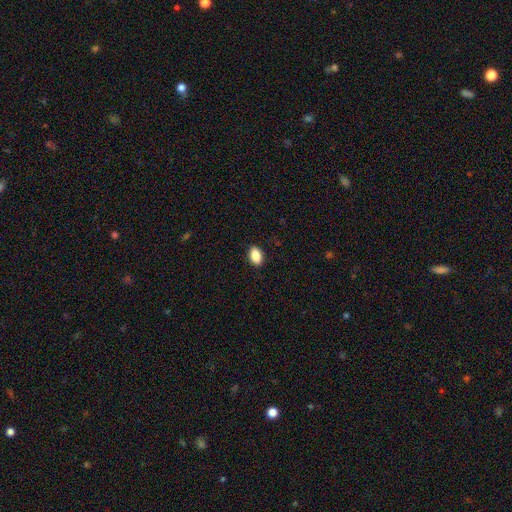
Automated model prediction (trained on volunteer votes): Smooth or featured: smooth — 88% (star or artifact — 8%)
How rounded: in between — 87% (round — 11%)
Merging: none — 90% (minor disturbance — 8%)